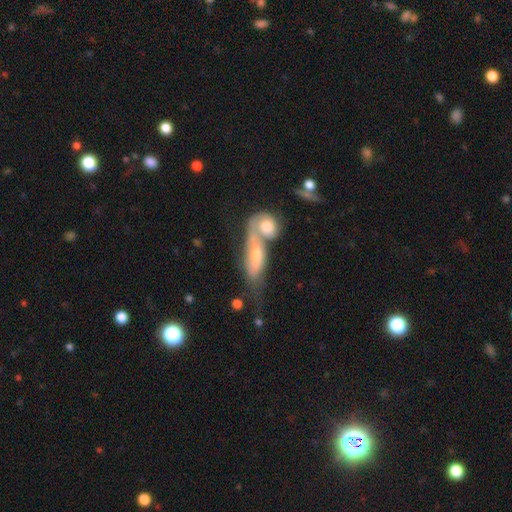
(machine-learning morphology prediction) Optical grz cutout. It shows a smooth galaxy with no disk features (56%) that is in between round and cigar-shaped (65%). Merging: merger (66%).